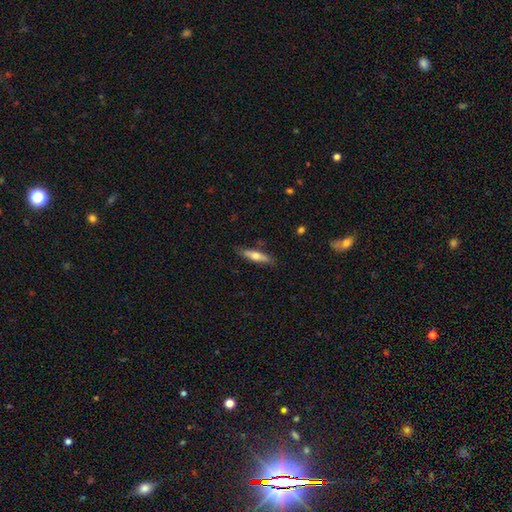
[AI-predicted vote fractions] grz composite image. It shows a smooth galaxy with no disk features (54%) that is cigar-shaped (77%). Merging: none (84%).